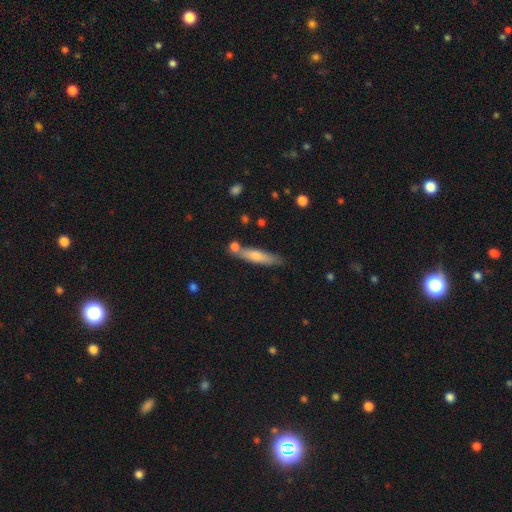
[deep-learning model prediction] The model was most divided on "smooth or featured": smooth: 62%, featured or disk: 32%, star or artifact: 6%. More confident: how rounded — cigar-shaped (86%); merging — none (71%).